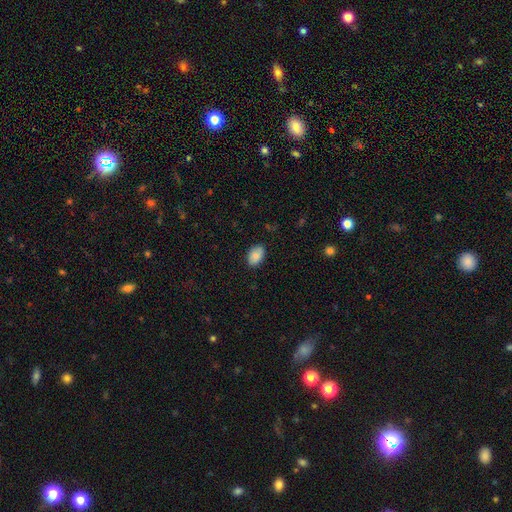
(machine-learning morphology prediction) Smooth or featured? Predicted: smooth (p=0.82). How rounded? Predicted: in between (p=0.88). Merging? Predicted: none (p=0.83).